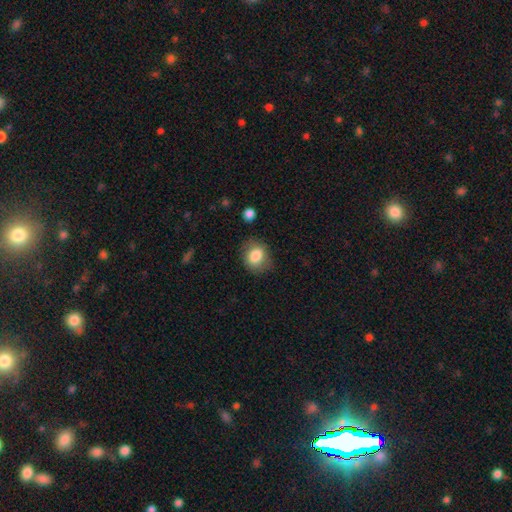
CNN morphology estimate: smooth-or-featured: smooth: 82% | featured or disk: 10% | star or artifact: 9%
  how-rounded: round: 54% | in between: 45% | cigar-shaped: 1%
  merging: none: 75% | minor disturbance: 18% | major disturbance: 6% | merger: 2%